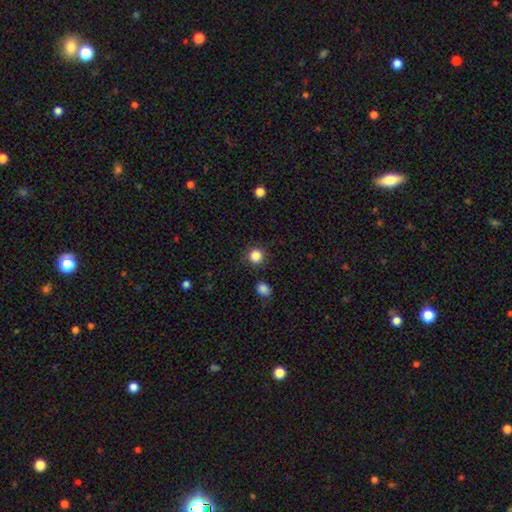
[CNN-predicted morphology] The model was most divided on "smooth or featured": smooth: 85%, star or artifact: 11%, featured or disk: 3%. More confident: how rounded — round (93%); merging — none (87%).